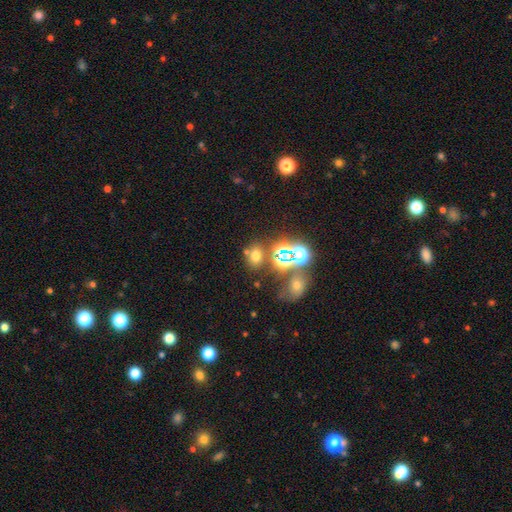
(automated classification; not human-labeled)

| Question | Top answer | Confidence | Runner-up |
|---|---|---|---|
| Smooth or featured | smooth | 58% | star or artifact (32%) |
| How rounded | in between | 52% | round (47%) |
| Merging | none | 68% | merger (16%) |